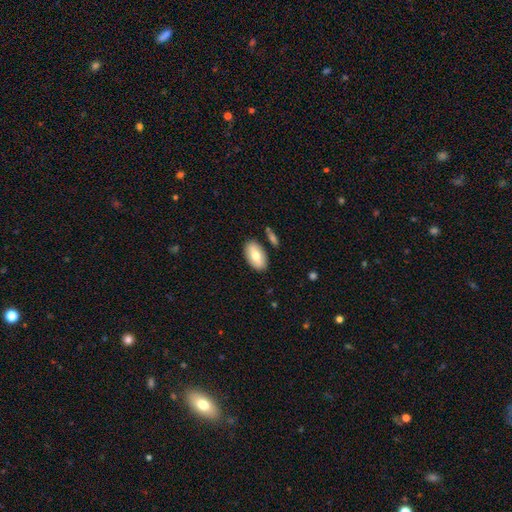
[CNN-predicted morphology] A smooth galaxy with no disk features (72%) that is in between round and cigar-shaped (94%).

Vote fractions:
- Smooth or featured? smooth: 72% / featured or disk: 22% / star or artifact: 6%
- How rounded? in between: 94% / round: 4% / cigar-shaped: 2%
- Merging? none: 83% / minor disturbance: 11% / merger: 4% / major disturbance: 2%